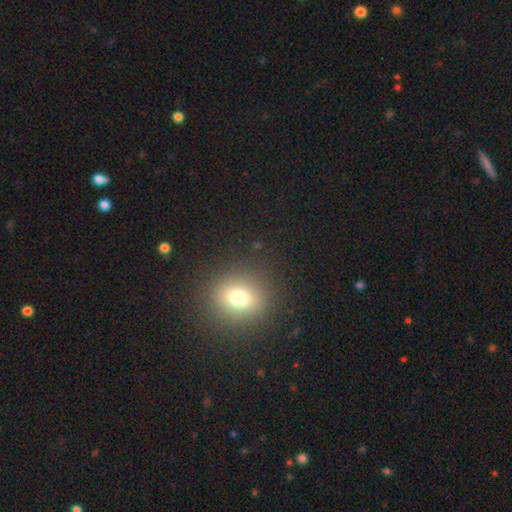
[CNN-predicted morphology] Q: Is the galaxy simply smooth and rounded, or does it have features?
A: smooth — 65%.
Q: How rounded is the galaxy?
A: round — 72%.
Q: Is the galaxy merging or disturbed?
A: none — 92%.